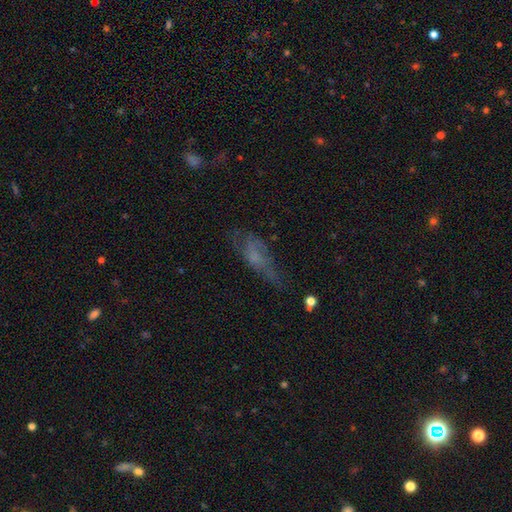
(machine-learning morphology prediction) Smooth or featured? smooth (45%)
Merging? none (43%)